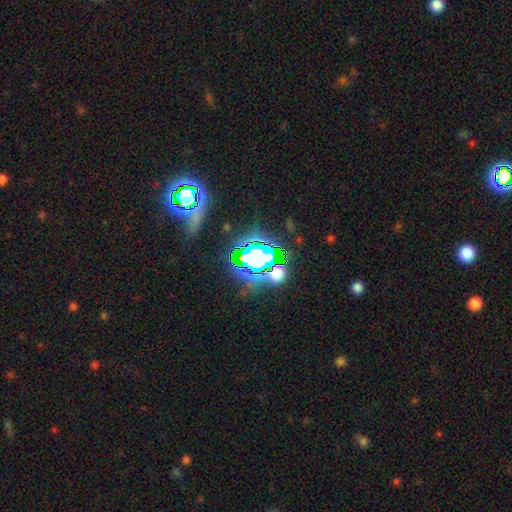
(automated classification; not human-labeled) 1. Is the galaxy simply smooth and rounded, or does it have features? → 80% star or artifact, 12% smooth, 8% featured or disk.